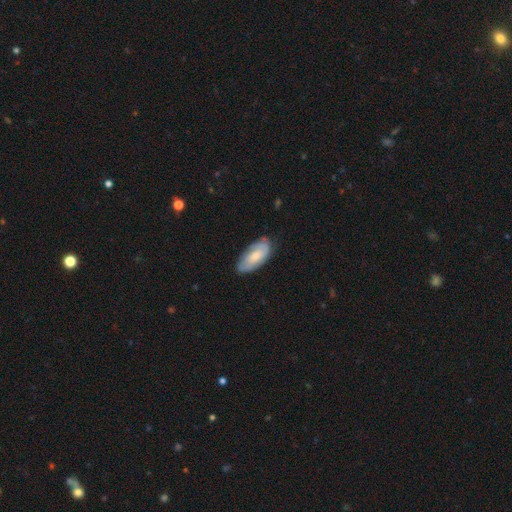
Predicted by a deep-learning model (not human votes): smooth 52%, featured or disk 42%, star or artifact 6%. Down the decision tree: how rounded — in between (90%); merging — none (72%).